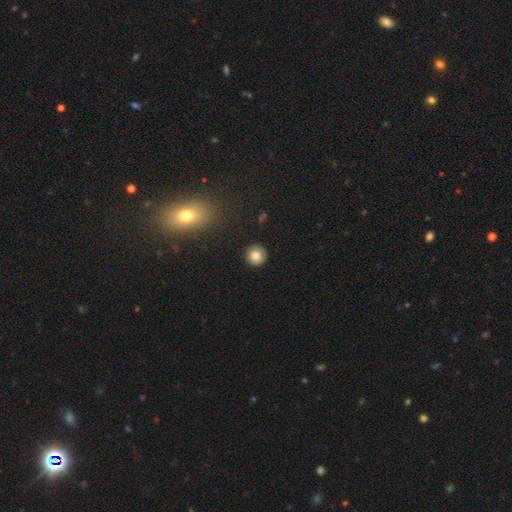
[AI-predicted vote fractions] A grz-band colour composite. It shows a smooth galaxy with no disk features (84%) that is round (94%). Merging: none (90%).